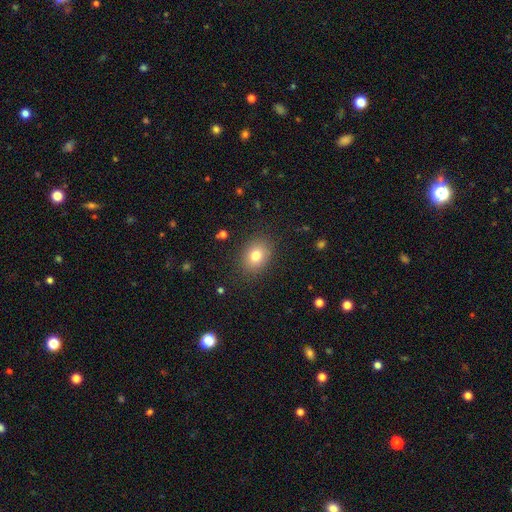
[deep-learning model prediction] Smooth or featured? smooth (78%)
How rounded? in between (55%)
Merging? none (86%)